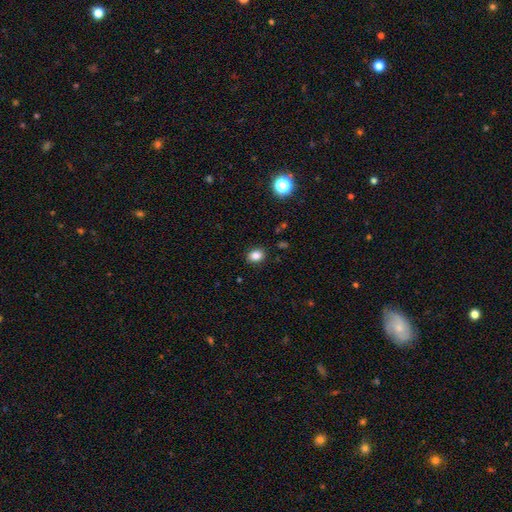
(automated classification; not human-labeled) This appears to be a smooth galaxy with no disk features (84%) that is in between round and cigar-shaped (56%). Merging: none (89%).